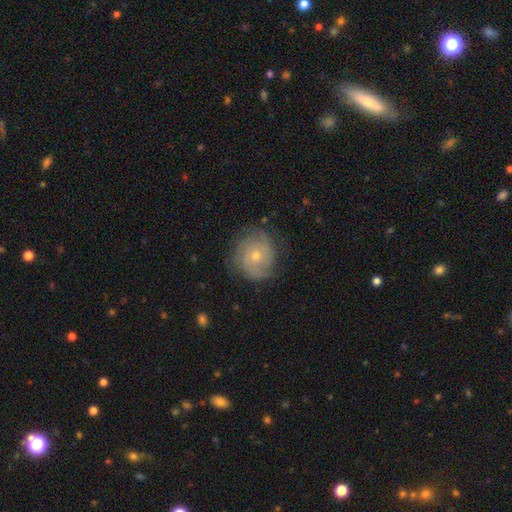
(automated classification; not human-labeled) smooth_or_featured: featured or disk (p=0.70) [alt: smooth p=0.22]
disk_edge_on: no (p=0.97) [alt: yes p=0.03]
bar: no (p=0.82) [alt: weak p=0.15]
has_spiral_arms: yes (p=0.90) [alt: no p=0.10]
spiral_winding: tight (p=0.61) [alt: medium p=0.30]
spiral_arm_count: can't tell (p=0.33) [alt: 2 p=0.29]
bulge_size: small (p=0.57) [alt: moderate p=0.40]
merging: none (p=0.76) [alt: minor disturbance p=0.17]